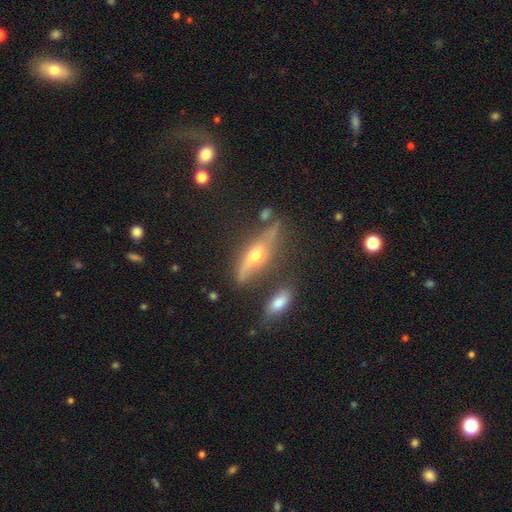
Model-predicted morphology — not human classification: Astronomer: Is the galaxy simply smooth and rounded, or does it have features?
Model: featured or disk — 65%.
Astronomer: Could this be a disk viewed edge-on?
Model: yes — 78%.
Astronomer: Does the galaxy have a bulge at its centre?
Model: rounded — 93%.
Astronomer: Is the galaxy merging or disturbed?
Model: none — 66%.